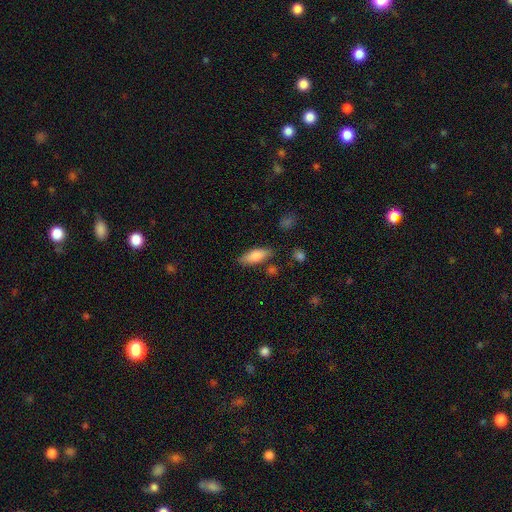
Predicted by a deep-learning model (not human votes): smooth_or_featured: smooth (p=0.82) [alt: featured or disk p=0.12]
how_rounded: in between (p=0.72) [alt: cigar-shaped p=0.26]
merging: none (p=0.79) [alt: minor disturbance p=0.14]